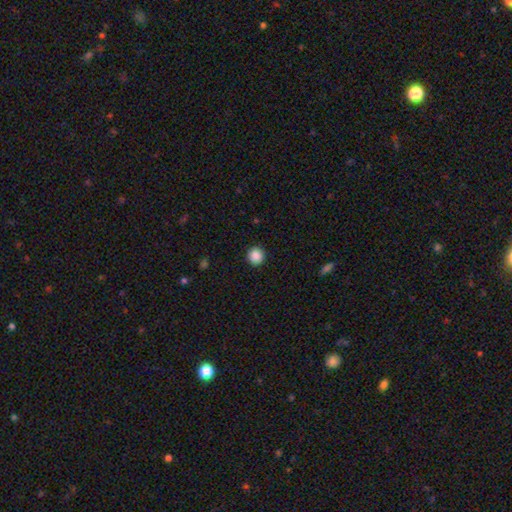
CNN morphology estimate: A smooth galaxy with no disk features (88%) that is round (94%).

Vote fractions:
- Smooth or featured? smooth: 88% / star or artifact: 9% / featured or disk: 3%
- How rounded? round: 94% / in between: 5% / cigar-shaped: 1%
- Merging? none: 92% / minor disturbance: 5% / major disturbance: 2% / merger: 1%